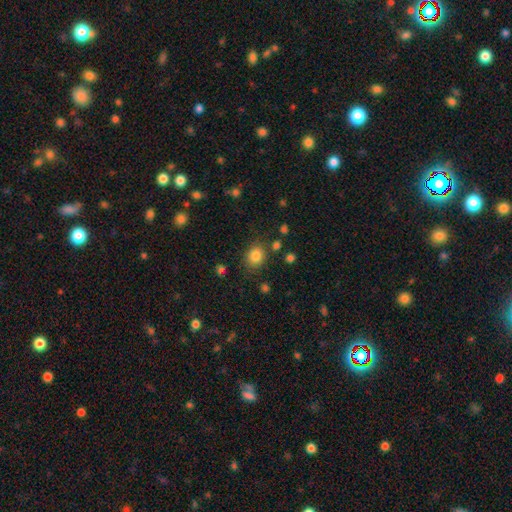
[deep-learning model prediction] smooth 82%, star or artifact 12%, featured or disk 6%. Down the decision tree: how rounded — round (62%); merging — none (78%).